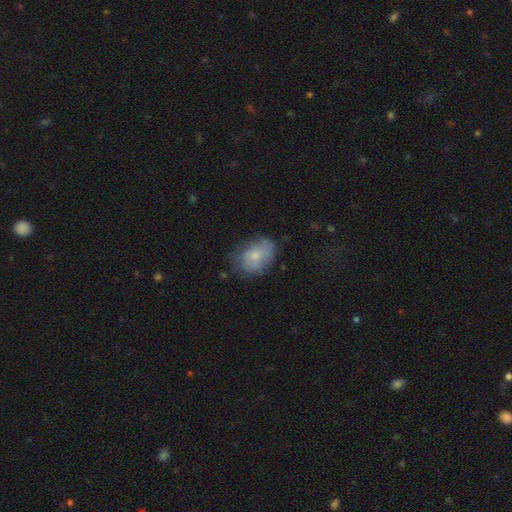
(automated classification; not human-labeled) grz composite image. It shows a smooth galaxy with no disk features (54%) that is in between round and cigar-shaped (69%). Merging: none (55%).